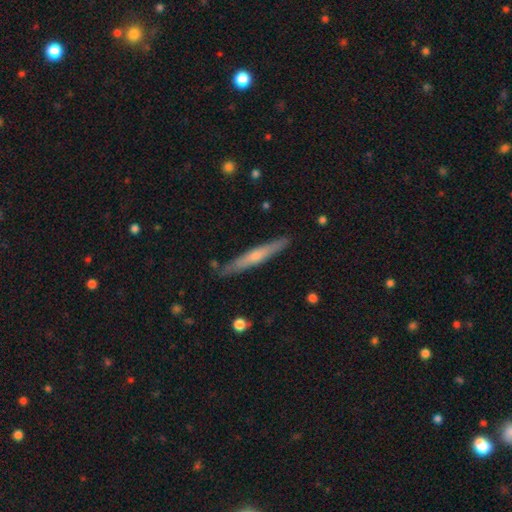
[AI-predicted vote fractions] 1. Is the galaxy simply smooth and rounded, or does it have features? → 50% featured or disk, 44% smooth, 6% star or artifact.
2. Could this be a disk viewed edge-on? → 94% yes, 6% no.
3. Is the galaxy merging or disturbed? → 86% none, 10% minor disturbance, 2% merger, 2% major disturbance.